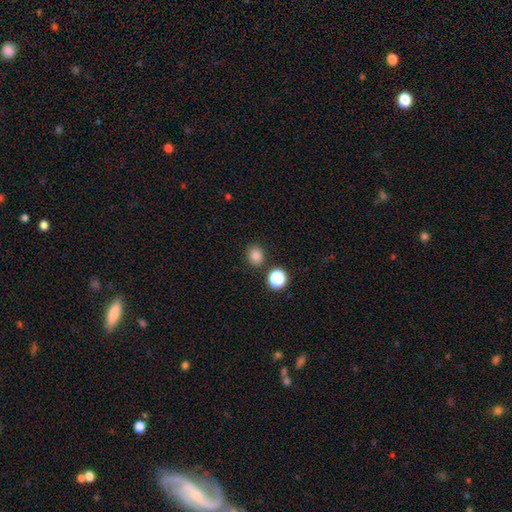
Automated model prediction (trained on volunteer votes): Q: Smooth or featured?
A: smooth (81%); runner-up: star or artifact (14%)
Q: How rounded?
A: round (67%); runner-up: in between (32%)
Q: Merging?
A: none (84%); runner-up: minor disturbance (8%)